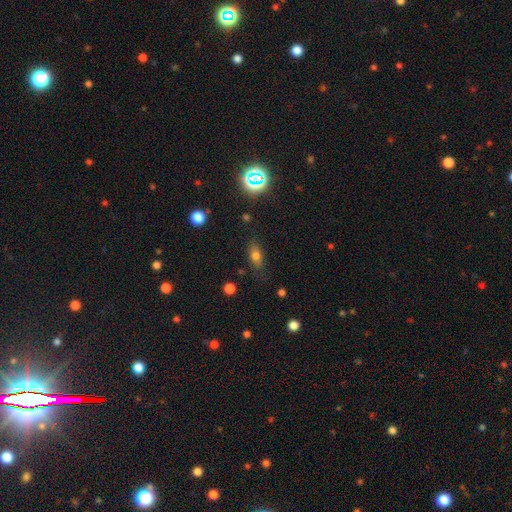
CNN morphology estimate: This appears to be a smooth galaxy with no disk features (69%) that is in between round and cigar-shaped (78%). Merging: none (76%).